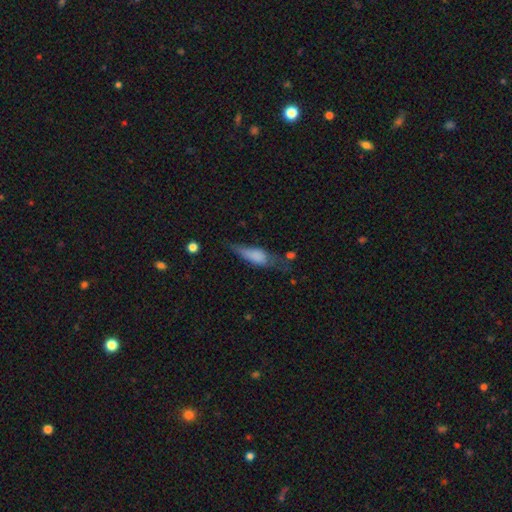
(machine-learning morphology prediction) Smooth or featured? smooth (69%)
How rounded? in between (55%)
Merging? none (38%)